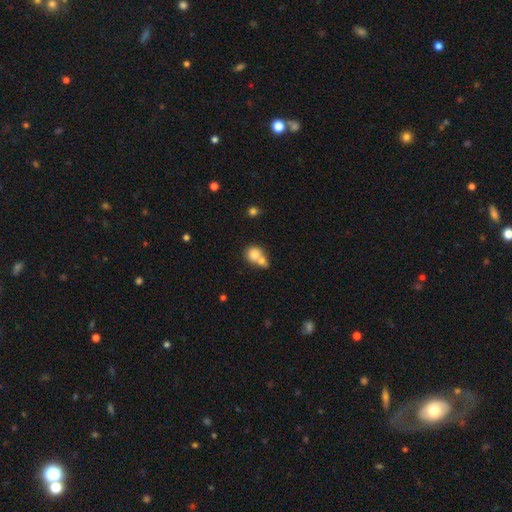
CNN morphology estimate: The model was most divided on "merging": merger: 58%, none: 29%, minor disturbance: 8%, major disturbance: 4%. More confident: smooth or featured — smooth (78%); how rounded — round (72%).